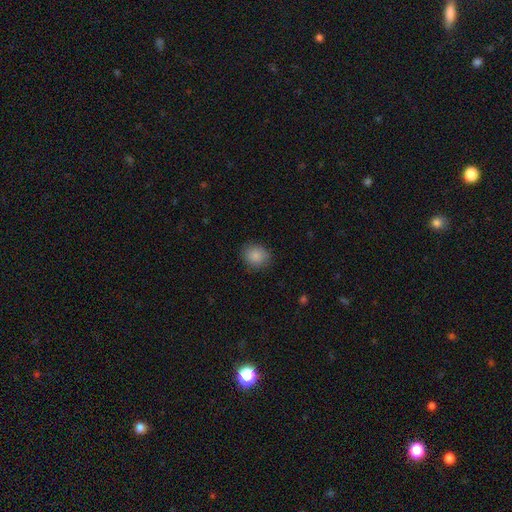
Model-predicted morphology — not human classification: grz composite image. It shows a smooth galaxy with no disk features (87%) that is round (74%). Merging: none (86%).